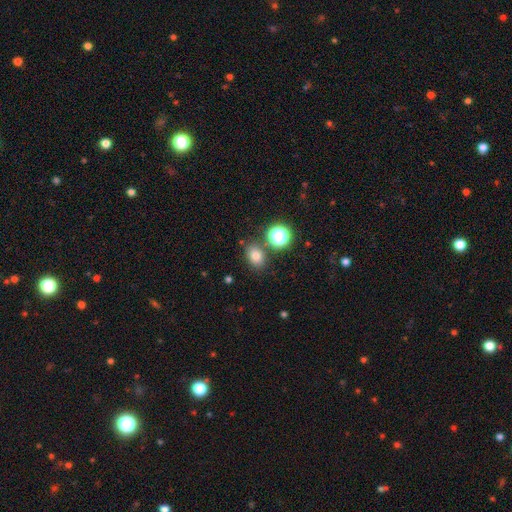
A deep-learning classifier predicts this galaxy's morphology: Overall: smooth (76%). How rounded: in between (65%; round 33%). Merging: none (77%).